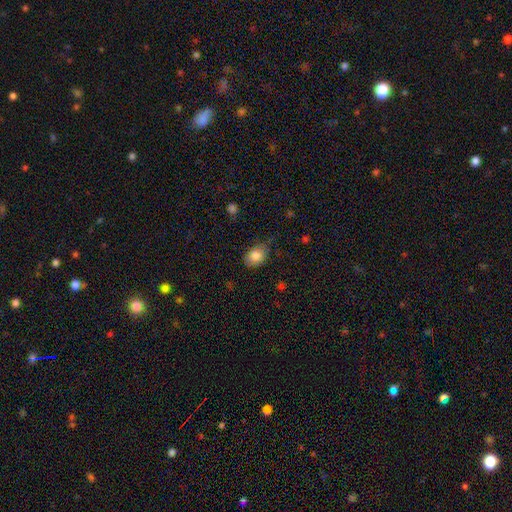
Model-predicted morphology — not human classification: This appears to be a smooth galaxy with no disk features (84%) that is in between round and cigar-shaped (62%). Merging: none (65%).